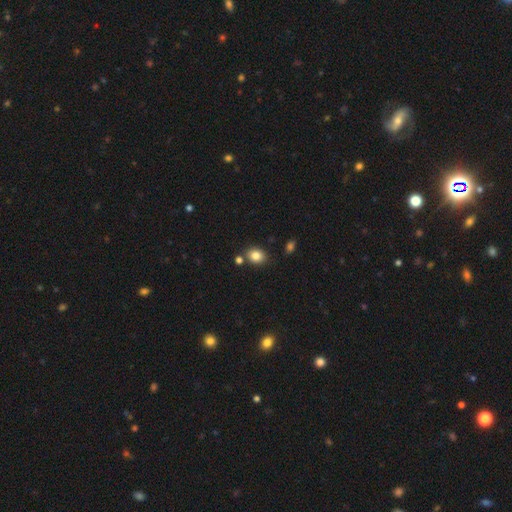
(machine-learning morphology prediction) smooth_or_featured: smooth (p=0.84) [alt: star or artifact p=0.10]
how_rounded: round (p=0.50) [alt: in between p=0.49]
merging: none (p=0.77) [alt: minor disturbance p=0.10]